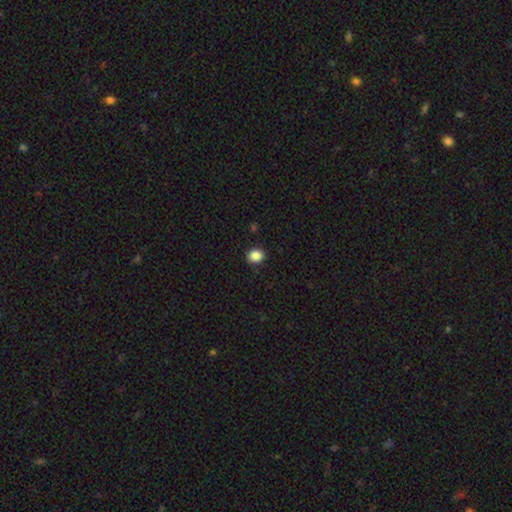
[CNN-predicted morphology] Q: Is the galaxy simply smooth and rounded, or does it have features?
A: smooth — 88%.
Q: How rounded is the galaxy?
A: round — 59%.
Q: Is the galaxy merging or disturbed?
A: none — 91%.